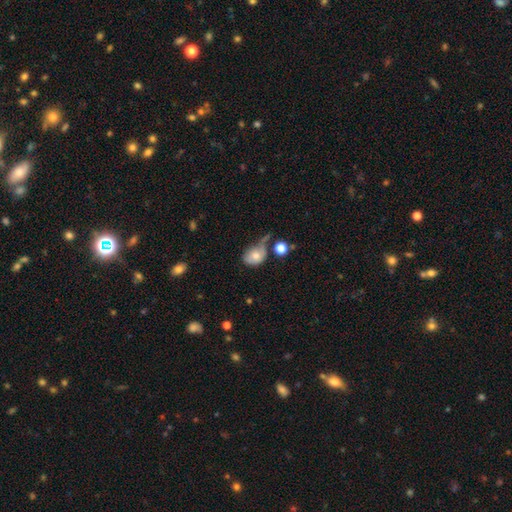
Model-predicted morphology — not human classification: The model was most divided on "merging": minor disturbance: 29%, none: 27%, major disturbance: 26%, merger: 17%. More confident: smooth or featured — smooth (70%); how rounded — in between (64%).